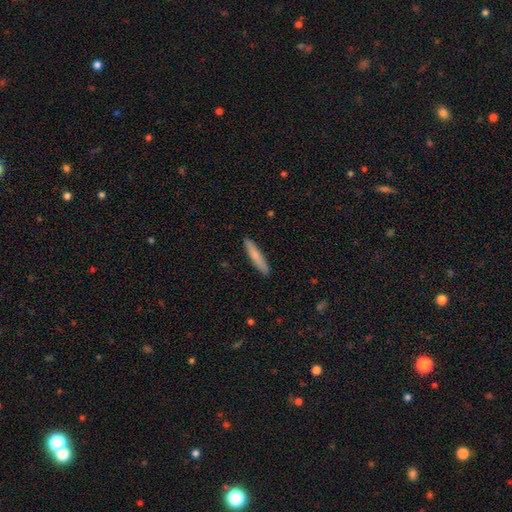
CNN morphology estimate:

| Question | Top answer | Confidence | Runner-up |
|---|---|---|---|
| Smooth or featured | smooth | 77% | featured or disk (18%) |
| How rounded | cigar-shaped | 93% | in between (6%) |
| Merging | none | 90% | minor disturbance (7%) |